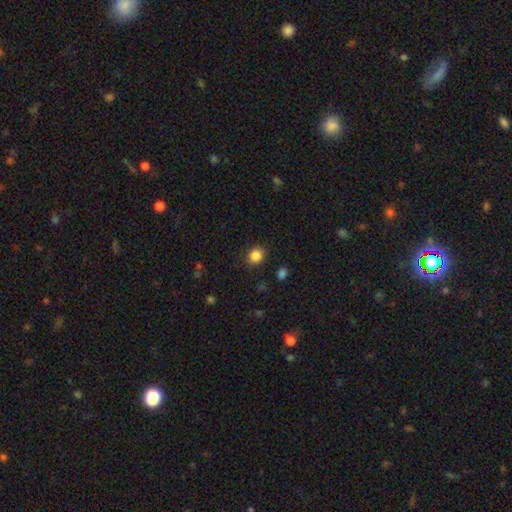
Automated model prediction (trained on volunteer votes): This is clearly a smooth galaxy (86%). How rounded: likely round (73%). Merging: clearly none (88%).